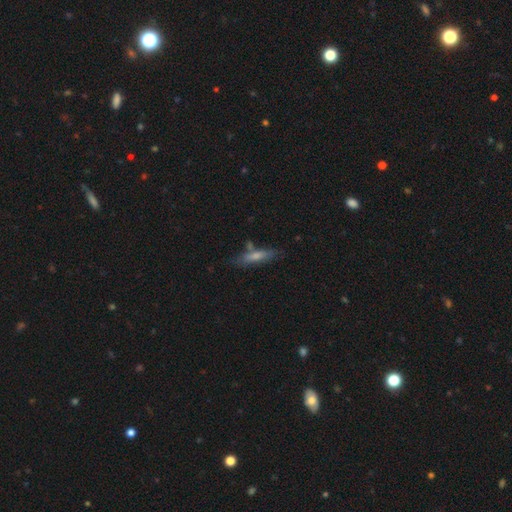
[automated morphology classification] type=smooth (67%); roundness=cigar-shaped (74%); merging=none (66%).